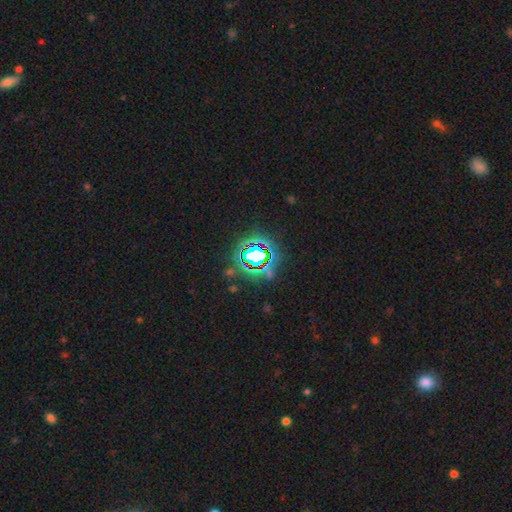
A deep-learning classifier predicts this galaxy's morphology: Overall: star or artifact (74%).